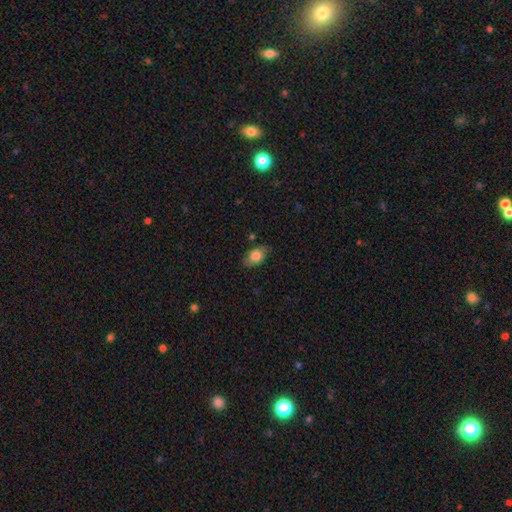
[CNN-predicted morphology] A smooth galaxy with no disk features (76%) that is in between round and cigar-shaped (87%). Merging: none (78%).